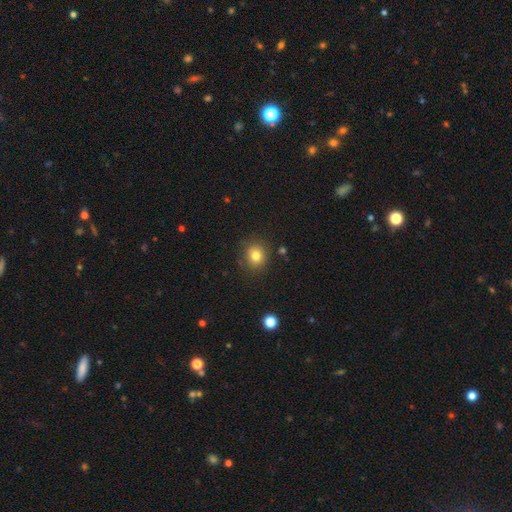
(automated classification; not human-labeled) A smooth galaxy with no disk features (80%) that is round (82%). Merging: none (85%).